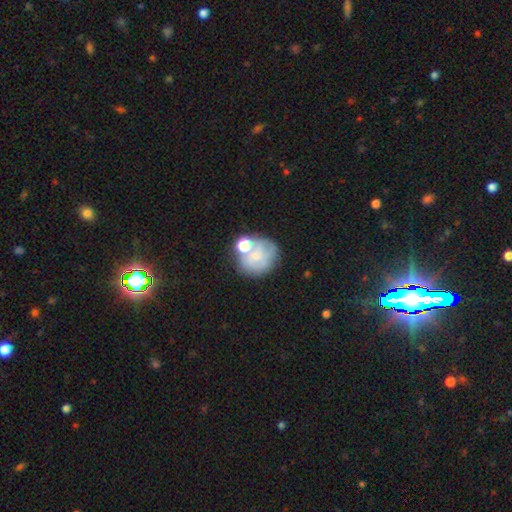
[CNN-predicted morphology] Smooth or featured? smooth (48%)
Merging? none (45%)